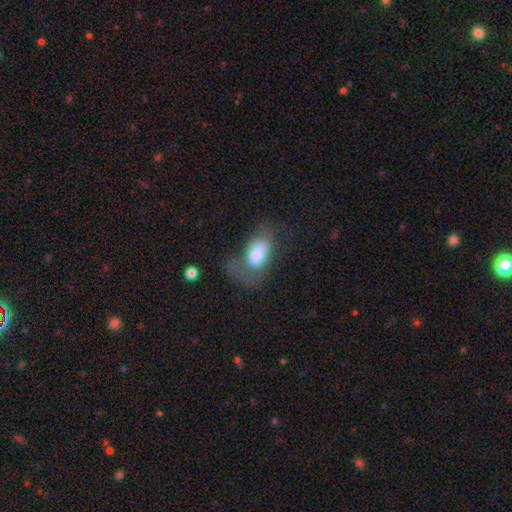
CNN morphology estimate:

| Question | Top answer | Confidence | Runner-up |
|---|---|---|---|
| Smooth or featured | smooth | 70% | featured or disk (22%) |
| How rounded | in between | 87% | round (10%) |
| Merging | major disturbance | 41% | none (30%) |